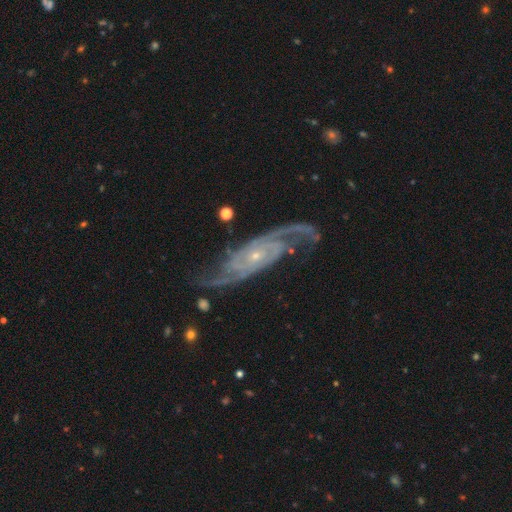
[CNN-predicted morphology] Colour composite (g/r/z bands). It shows a featured or disk galaxy (92%) with no bar (70%), 2 (66%) medium (46%) spiral arms (98%) and a small central bulge (79%). Merging: none (71%).